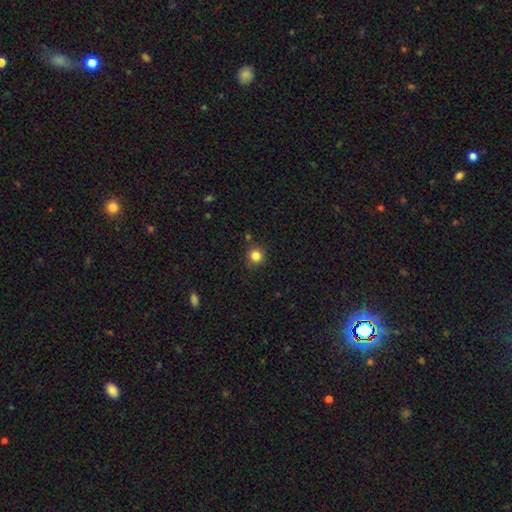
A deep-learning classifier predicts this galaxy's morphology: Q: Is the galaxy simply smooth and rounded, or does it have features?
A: smooth — 83%.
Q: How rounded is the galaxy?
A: round — 93%.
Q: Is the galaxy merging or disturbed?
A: none — 85%.